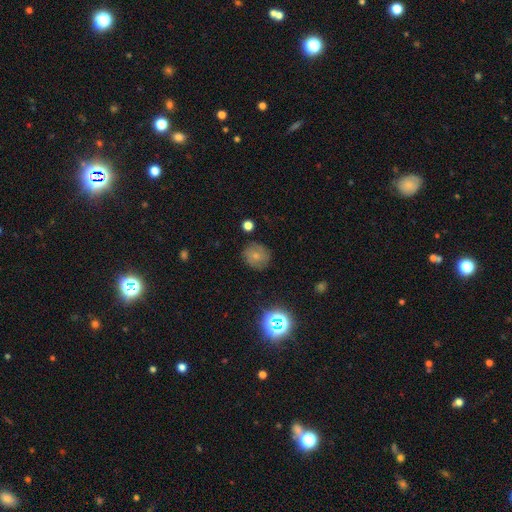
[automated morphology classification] A smooth galaxy with no disk features (65%) that is round (86%). Merging: none (81%).